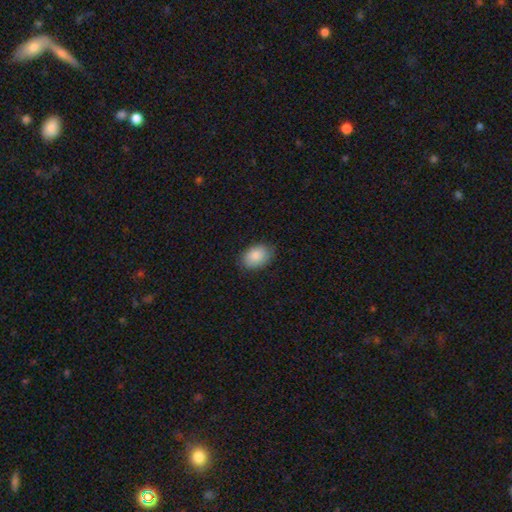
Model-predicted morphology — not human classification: Smooth or featured? Predicted: smooth (p=0.87). How rounded? Predicted: in between (p=0.83). Merging? Predicted: none (p=0.82).